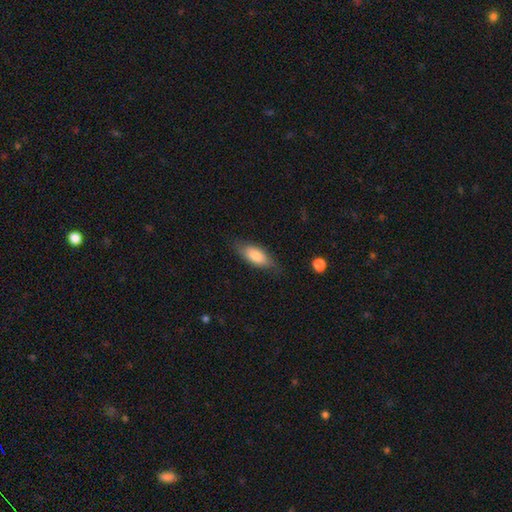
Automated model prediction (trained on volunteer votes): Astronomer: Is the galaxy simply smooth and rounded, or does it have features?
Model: smooth — 77%.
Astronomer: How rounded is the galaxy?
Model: in between — 78%.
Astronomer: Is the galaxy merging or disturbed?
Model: none — 74%.